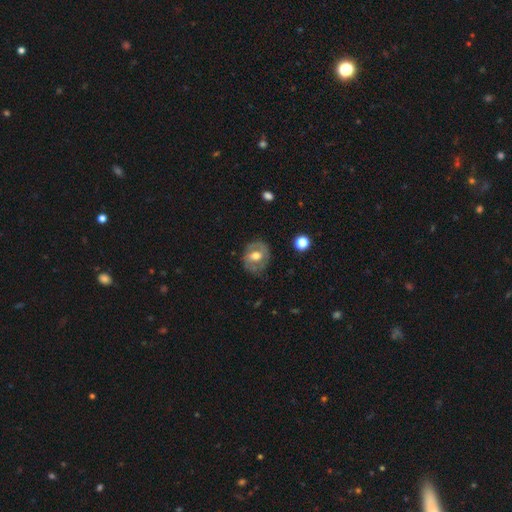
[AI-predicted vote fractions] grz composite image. It shows a featured or disk galaxy (56%) with no bar (50%), spiral arms (51%) and a moderate central bulge (70%). Merging: none (70%).